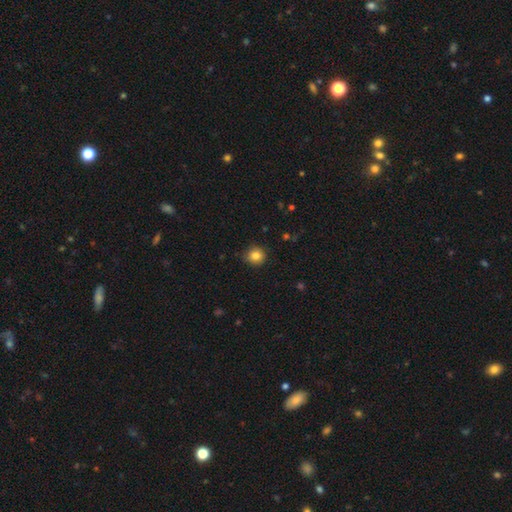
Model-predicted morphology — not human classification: smooth_or_featured: smooth (p=0.84) [alt: star or artifact p=0.11]
how_rounded: round (p=0.87) [alt: in between p=0.12]
merging: none (p=0.84) [alt: minor disturbance p=0.12]